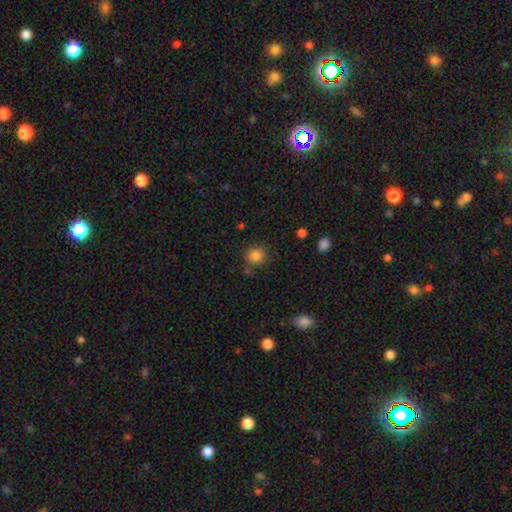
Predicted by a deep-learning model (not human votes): A smooth galaxy with no disk features (84%) that is round (88%).

Vote fractions:
- Smooth or featured? smooth: 84% / star or artifact: 12% / featured or disk: 4%
- How rounded? round: 88% / in between: 11% / cigar-shaped: 1%
- Merging? none: 81% / minor disturbance: 11% / merger: 5% / major disturbance: 4%